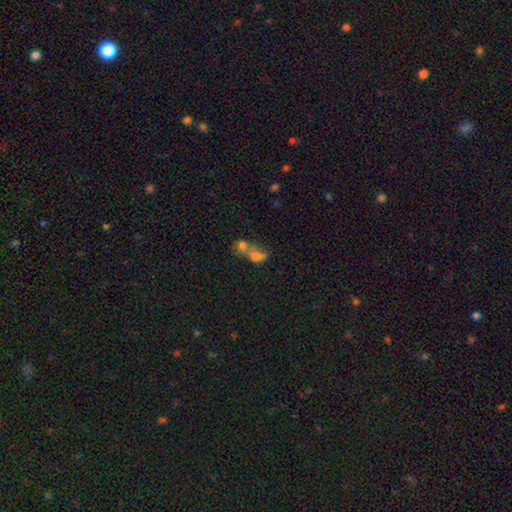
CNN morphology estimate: The model was most divided on "how rounded": in between: 66%, round: 31%, cigar-shaped: 3%. More confident: merging — merger (70%); smooth or featured — smooth (69%).